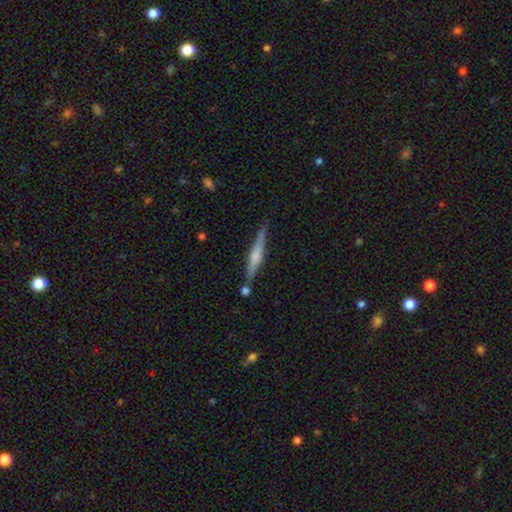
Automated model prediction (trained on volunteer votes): Overall: featured or disk (61%; smooth 33%). Edge-on disk: yes (97%). Edge-on bulge: rounded (64%). Merging: none (82%).